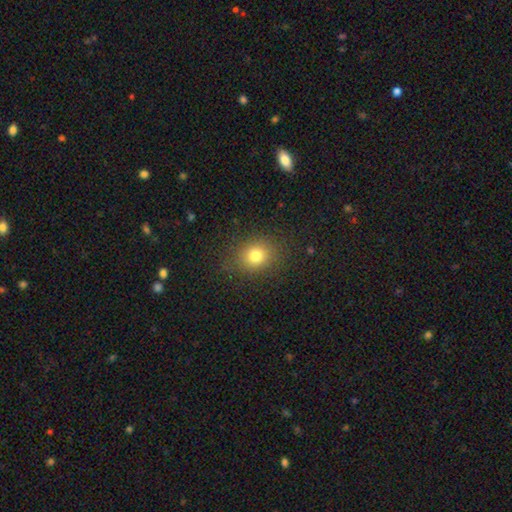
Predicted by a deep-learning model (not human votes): smooth_or_featured: smooth (p=0.78) [alt: star or artifact p=0.14]
how_rounded: round (p=0.67) [alt: in between p=0.32]
merging: none (p=0.84) [alt: minor disturbance p=0.10]